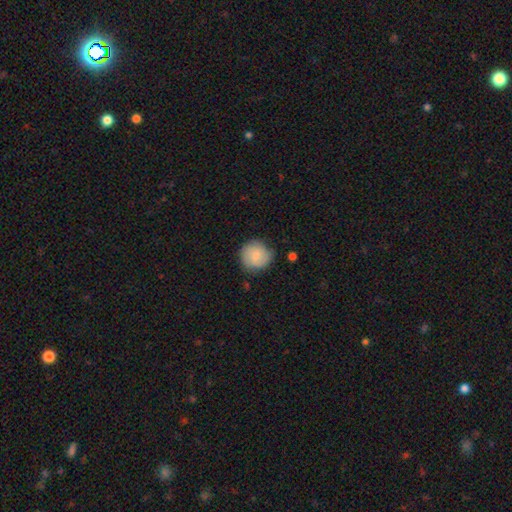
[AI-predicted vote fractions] smooth 68%, featured or disk 25%, star or artifact 7%. Down the decision tree: how rounded — round (91%); merging — none (74%).